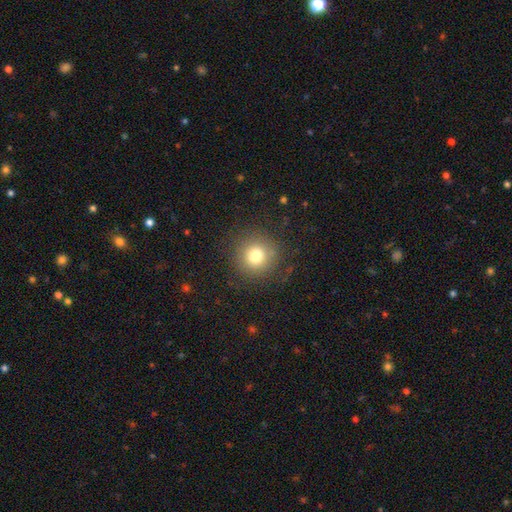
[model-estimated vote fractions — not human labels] This is likely a smooth galaxy (78%). How rounded: clearly round (94%). Merging: clearly none (86%).